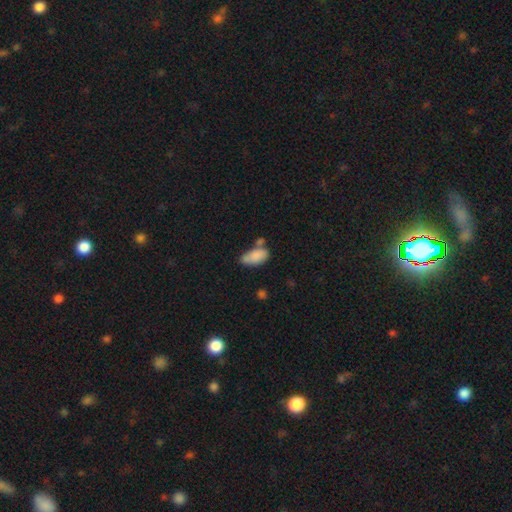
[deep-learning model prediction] This appears to be a smooth galaxy with no disk features (81%) that is in between round and cigar-shaped (92%). Merging: none (38%).